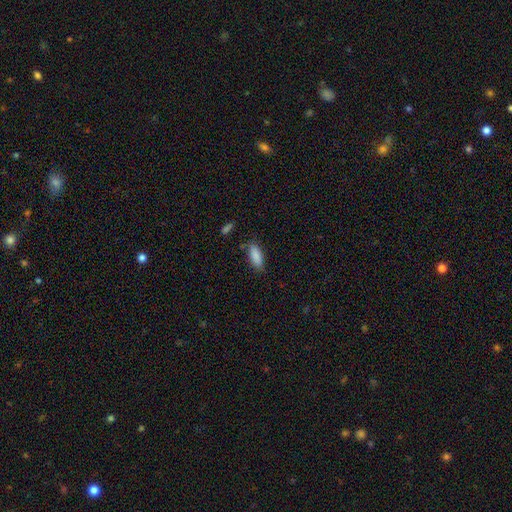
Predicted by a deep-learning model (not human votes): Overall: smooth (88%). How rounded: in between (77%). Merging: none (79%).